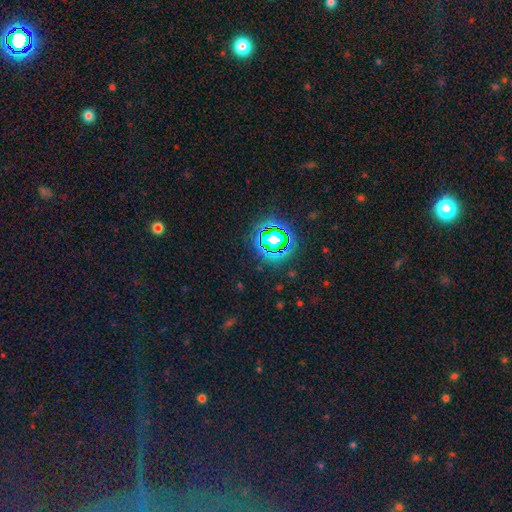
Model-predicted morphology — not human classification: star or artifact 78%, smooth 16%, featured or disk 7%.